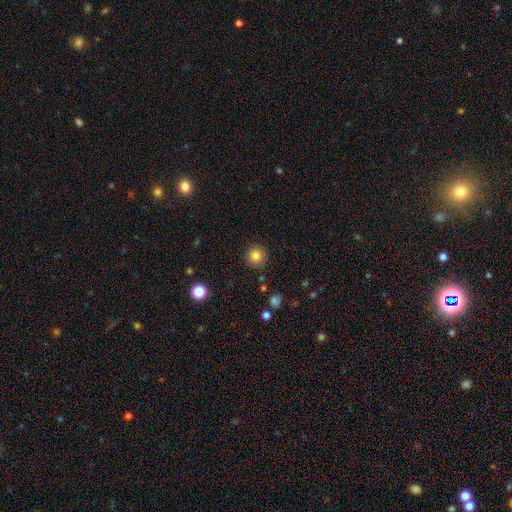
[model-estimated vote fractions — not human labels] Smooth or featured? smooth (83%)
How rounded? round (94%)
Merging? none (87%)